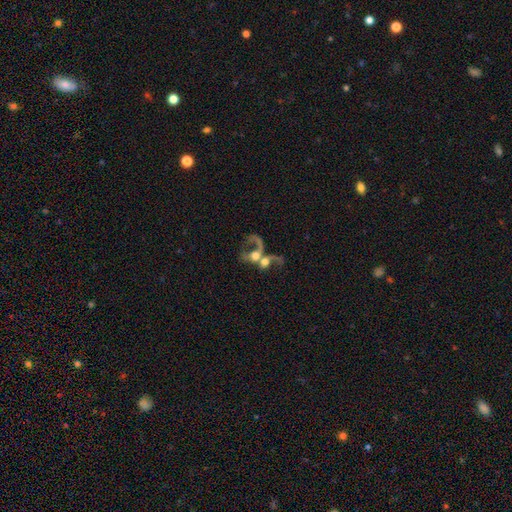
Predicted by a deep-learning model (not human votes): The model was most divided on "smooth or featured": featured or disk: 51%, smooth: 37%, star or artifact: 12%. More confident: edge-on disk — no (95%); merging — merger (66%).